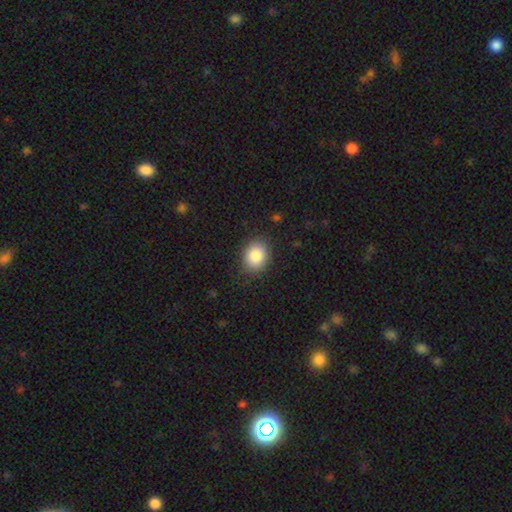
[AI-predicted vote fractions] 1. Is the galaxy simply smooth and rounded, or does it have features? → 86% smooth, 8% star or artifact, 6% featured or disk.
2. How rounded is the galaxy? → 50% in between, 49% round, 1% cigar-shaped.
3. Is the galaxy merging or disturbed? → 87% none, 10% minor disturbance, 3% major disturbance, 1% merger.